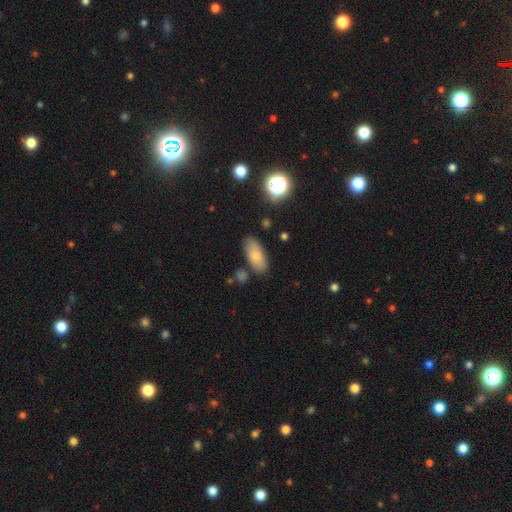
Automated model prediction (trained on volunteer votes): This is likely a smooth galaxy (78%). How rounded: clearly in between (87%). Merging: likely none (80%).